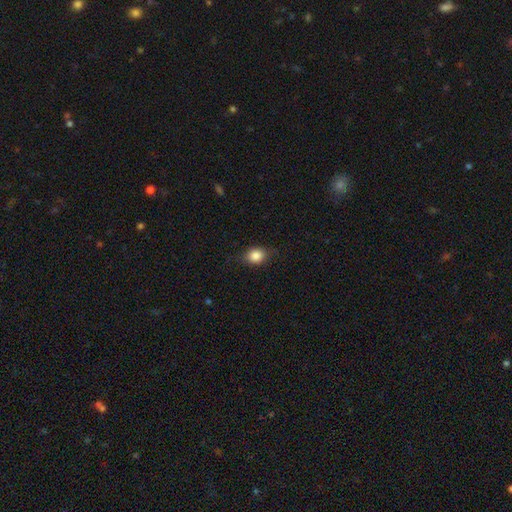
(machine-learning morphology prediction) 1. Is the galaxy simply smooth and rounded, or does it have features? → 84% smooth, 9% star or artifact, 7% featured or disk.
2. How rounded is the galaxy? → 50% round, 48% in between, 2% cigar-shaped.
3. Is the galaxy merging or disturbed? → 77% none, 18% minor disturbance, 4% major disturbance, 1% merger.